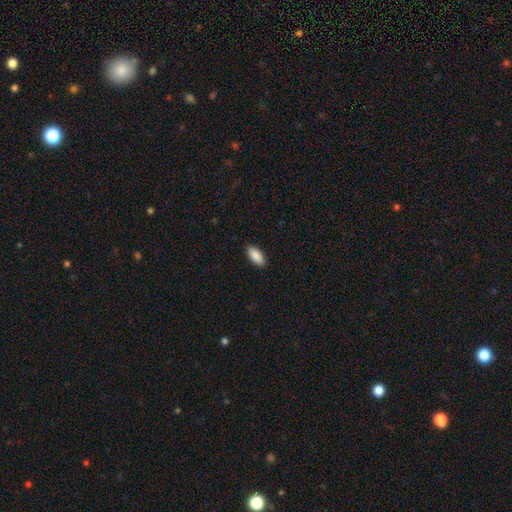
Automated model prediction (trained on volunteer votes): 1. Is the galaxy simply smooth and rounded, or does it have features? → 90% smooth, 6% star or artifact, 4% featured or disk.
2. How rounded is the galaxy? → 88% in between, 11% cigar-shaped, 2% round.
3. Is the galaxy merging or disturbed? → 90% none, 8% minor disturbance, 2% major disturbance, 1% merger.